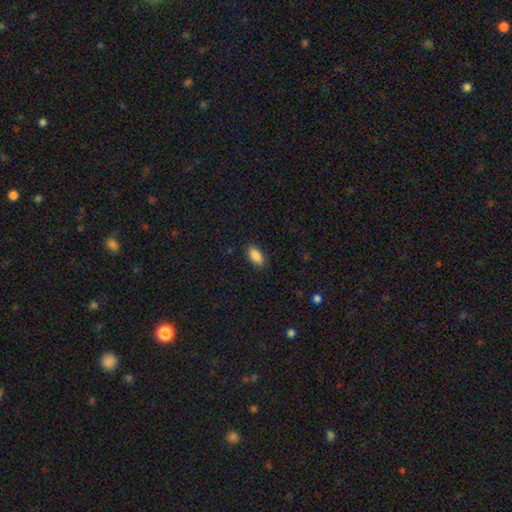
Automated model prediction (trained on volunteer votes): smooth-or-featured: smooth: 87% | star or artifact: 8% | featured or disk: 5%
  how-rounded: in between: 89% | cigar-shaped: 8% | round: 3%
  merging: none: 87% | minor disturbance: 9% | major disturbance: 2% | merger: 1%